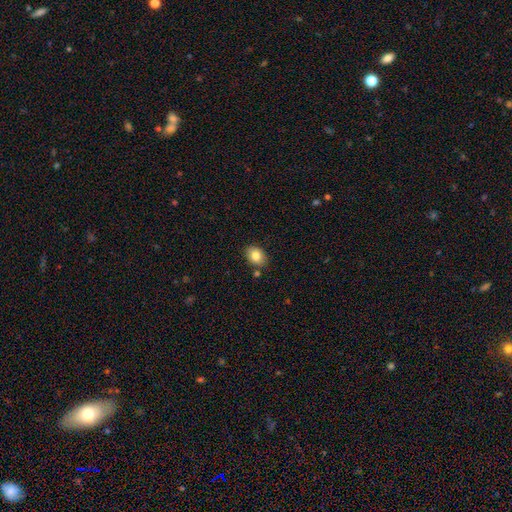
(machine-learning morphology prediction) The model was most divided on "how rounded": in between: 73%, round: 26%, cigar-shaped: 1%. More confident: smooth or featured — smooth (83%); merging — none (83%).